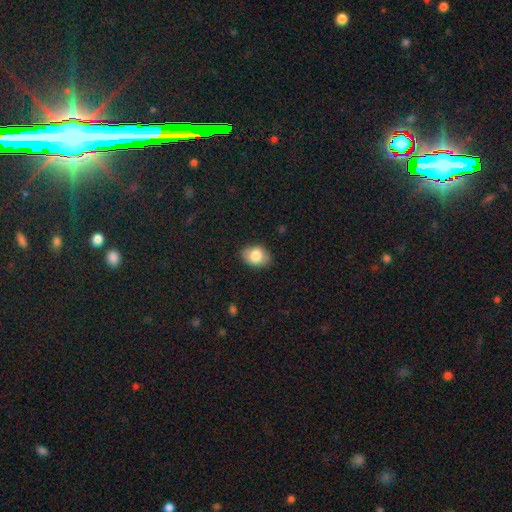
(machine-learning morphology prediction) This is clearly a smooth galaxy (82%). How rounded: likely in between (72%). Merging: clearly none (84%).